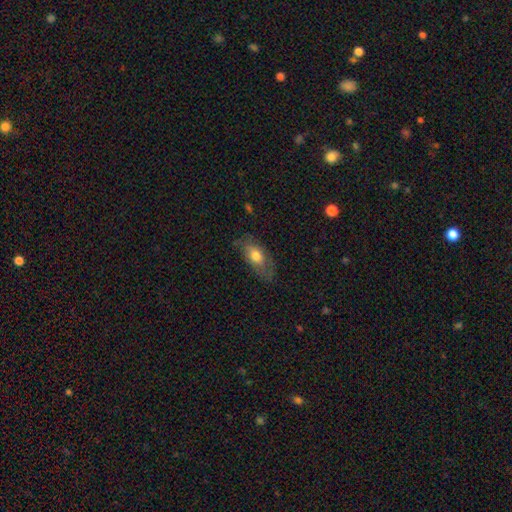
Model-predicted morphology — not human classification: Smooth or featured?
  - smooth: 65% *
  - featured or disk: 28%
  - star or artifact: 7%
How rounded?
  - in between: 87% *
  - cigar-shaped: 8%
  - round: 5%
Merging?
  - none: 64% *
  - minor disturbance: 25%
  - major disturbance: 9%
  - merger: 1%